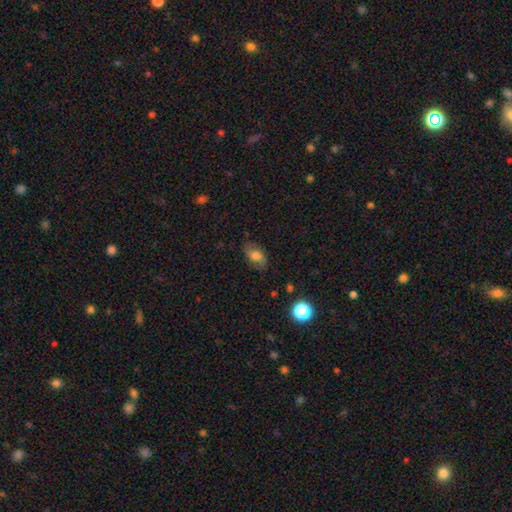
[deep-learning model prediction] This is likely a smooth galaxy (63%). How rounded: clearly in between (87%). Merging: likely none (75%).